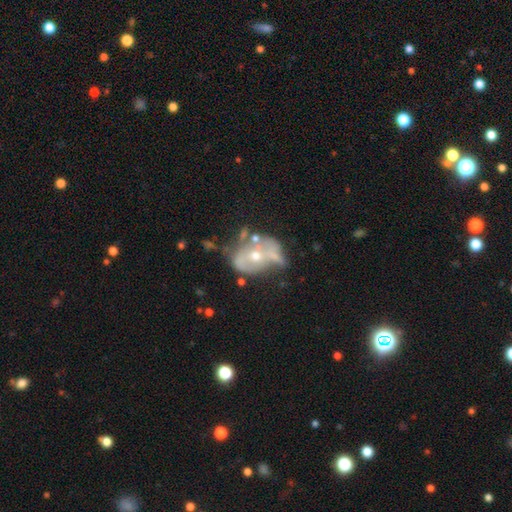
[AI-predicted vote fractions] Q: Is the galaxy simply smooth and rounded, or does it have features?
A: featured or disk — 69%.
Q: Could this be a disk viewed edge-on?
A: no — 95%.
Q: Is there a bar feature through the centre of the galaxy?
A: no — 71%.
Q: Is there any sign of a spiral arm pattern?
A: no — 58%.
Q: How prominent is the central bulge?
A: moderate — 50%.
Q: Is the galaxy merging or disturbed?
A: none — 31%.